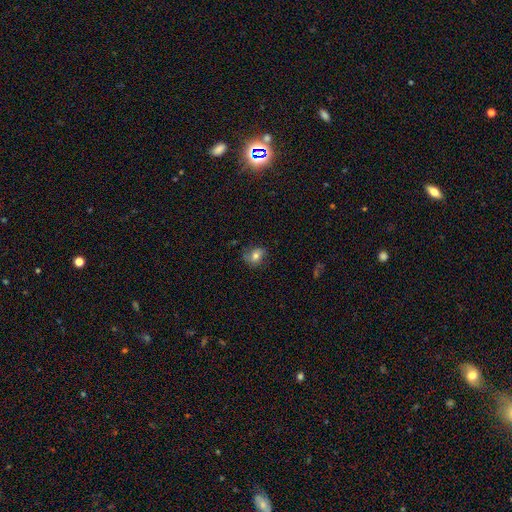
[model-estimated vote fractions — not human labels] Smooth or featured? smooth (70%)
How rounded? round (54%)
Merging? none (70%)